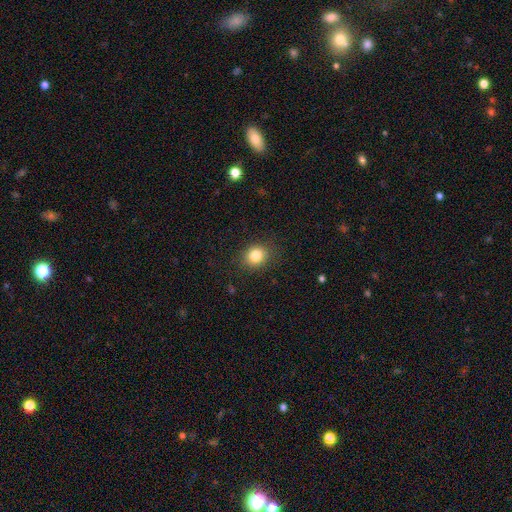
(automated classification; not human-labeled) This is clearly a smooth galaxy (82%). How rounded: likely round (68%). Merging: clearly none (86%).